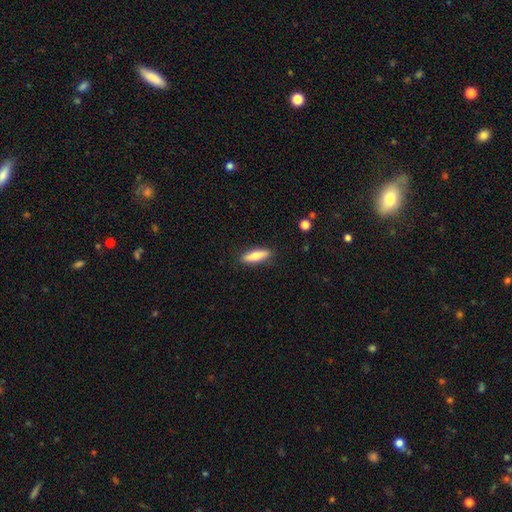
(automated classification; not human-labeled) Smooth or featured: smooth — 76% (featured or disk — 18%)
How rounded: cigar-shaped — 68% (in between — 30%)
Merging: none — 88% (minor disturbance — 9%)